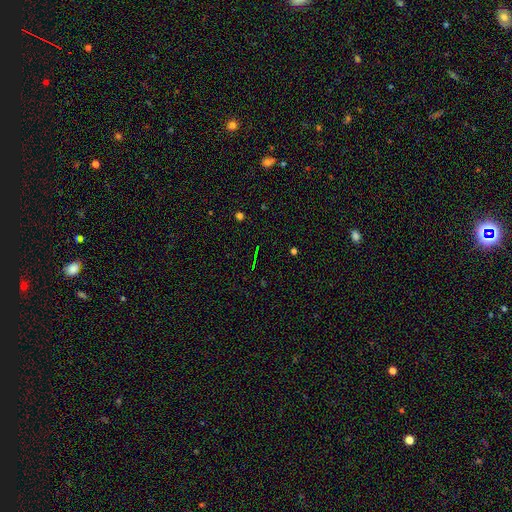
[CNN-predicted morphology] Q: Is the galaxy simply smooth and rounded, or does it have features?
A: star or artifact — 71%.